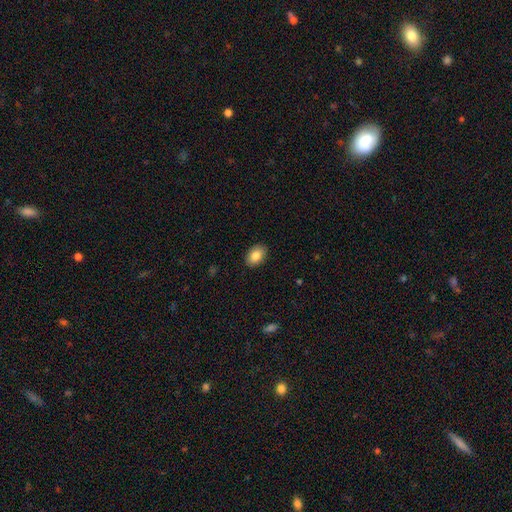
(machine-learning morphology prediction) Smooth or featured?
  - smooth: 84% *
  - featured or disk: 8%
  - star or artifact: 7%
How rounded?
  - in between: 82% *
  - round: 17%
  - cigar-shaped: 1%
Merging?
  - none: 88% *
  - minor disturbance: 9%
  - major disturbance: 2%
  - merger: 1%